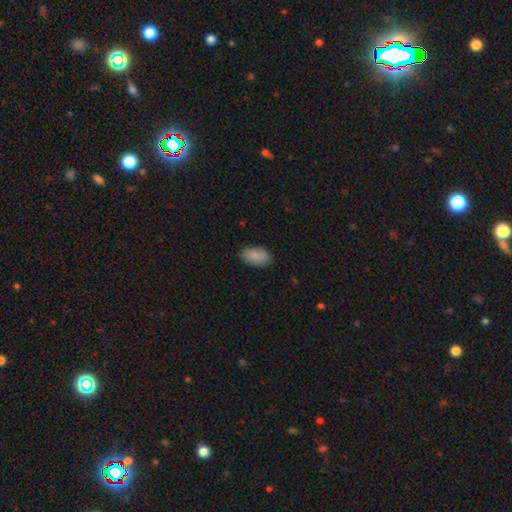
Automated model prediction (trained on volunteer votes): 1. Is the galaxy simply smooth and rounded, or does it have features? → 89% smooth, 7% star or artifact, 5% featured or disk.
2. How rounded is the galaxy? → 94% in between, 4% round, 2% cigar-shaped.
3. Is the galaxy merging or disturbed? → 84% none, 13% minor disturbance, 3% major disturbance, 1% merger.